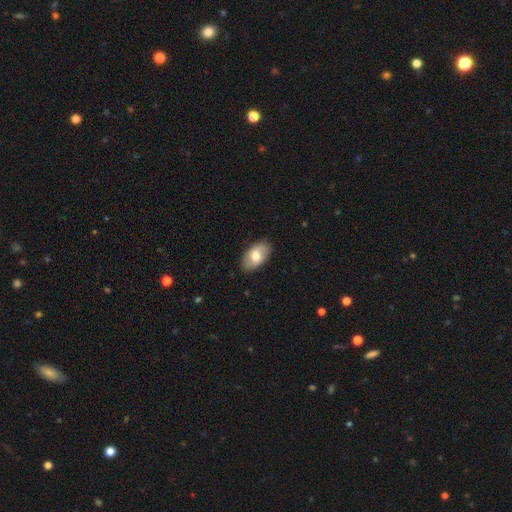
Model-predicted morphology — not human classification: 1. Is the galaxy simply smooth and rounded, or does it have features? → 71% smooth, 23% featured or disk, 6% star or artifact.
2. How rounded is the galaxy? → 94% in between, 5% round, 1% cigar-shaped.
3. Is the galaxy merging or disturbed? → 86% none, 11% minor disturbance, 2% major disturbance, 1% merger.